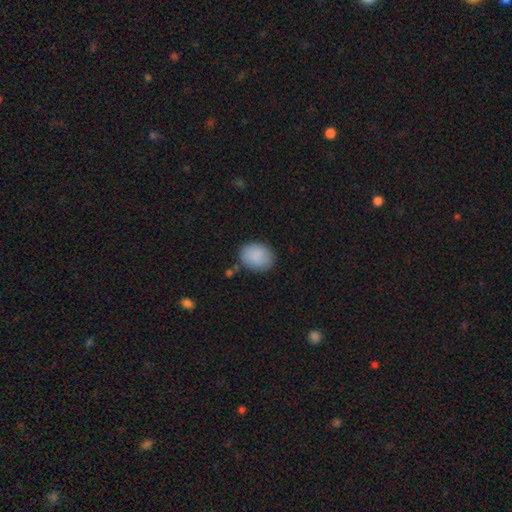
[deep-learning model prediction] A smooth galaxy with no disk features (88%) that is round (52%).

Vote fractions:
- Smooth or featured? smooth: 88% / star or artifact: 7% / featured or disk: 5%
- How rounded? round: 52% / in between: 47% / cigar-shaped: 1%
- Merging? none: 80% / minor disturbance: 14% / major disturbance: 4% / merger: 2%